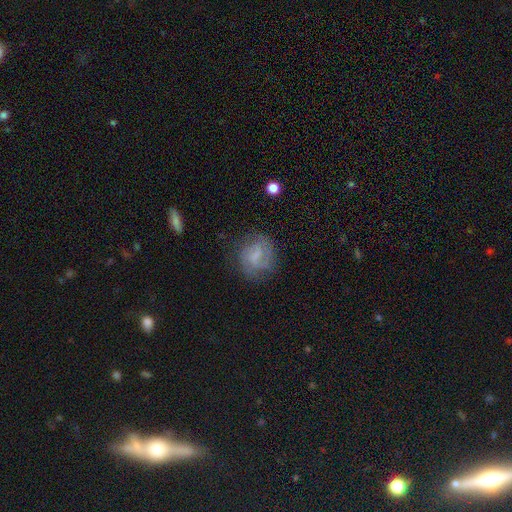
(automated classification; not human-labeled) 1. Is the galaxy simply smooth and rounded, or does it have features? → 56% featured or disk, 35% smooth, 9% star or artifact.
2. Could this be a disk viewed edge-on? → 97% no, 3% yes.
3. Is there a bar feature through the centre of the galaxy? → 55% weak, 24% no, 20% strong.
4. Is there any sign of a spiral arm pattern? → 79% yes, 21% no.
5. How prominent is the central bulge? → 39% small, 36% none, 22% moderate, 3% large, 1% dominant.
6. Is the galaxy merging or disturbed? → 67% none, 20% minor disturbance, 11% major disturbance, 2% merger.